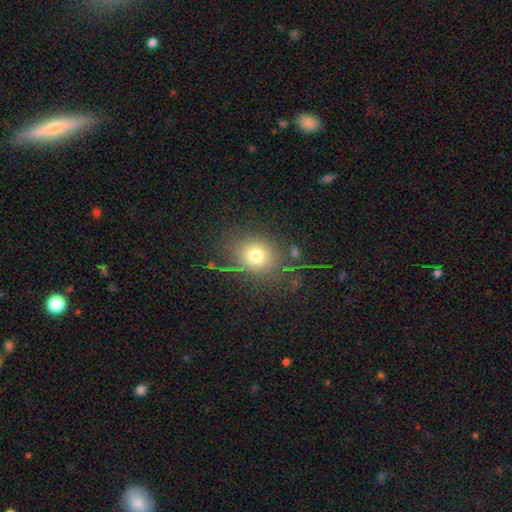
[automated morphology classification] Smooth or featured? smooth (74%)
How rounded? round (64%)
Merging? none (72%)